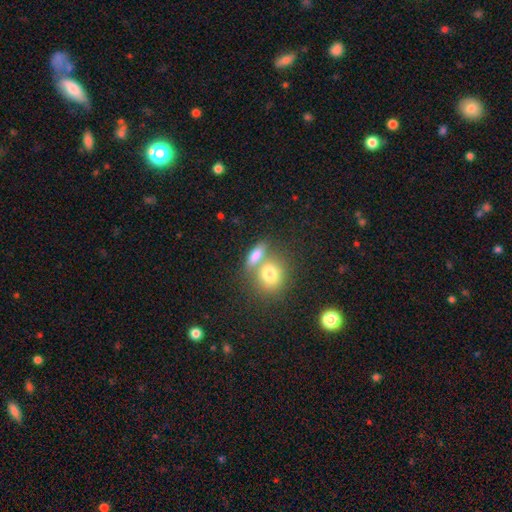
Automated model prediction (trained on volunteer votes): smooth_or_featured: smooth (p=0.78) [alt: featured or disk p=0.13]
how_rounded: in between (p=0.61) [alt: round p=0.26]
merging: none (p=0.44) [alt: merger p=0.42]